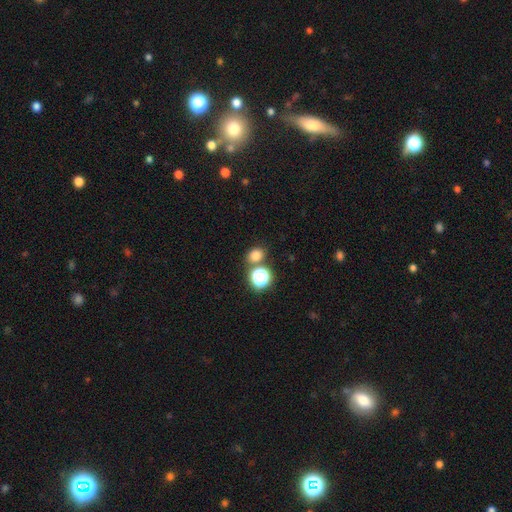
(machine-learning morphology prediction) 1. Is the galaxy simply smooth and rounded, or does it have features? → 74% smooth, 19% star or artifact, 6% featured or disk.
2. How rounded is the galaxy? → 64% round, 35% in between, 1% cigar-shaped.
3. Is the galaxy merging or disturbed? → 72% none, 17% merger, 9% minor disturbance, 3% major disturbance.